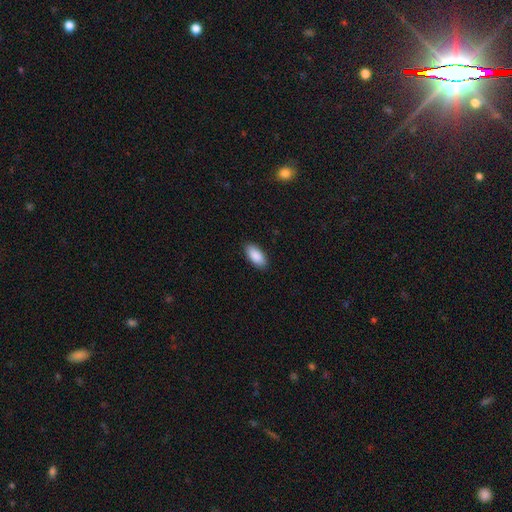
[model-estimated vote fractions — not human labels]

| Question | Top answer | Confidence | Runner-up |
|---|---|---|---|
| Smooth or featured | smooth | 90% | star or artifact (6%) |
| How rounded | in between | 92% | cigar-shaped (6%) |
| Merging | none | 89% | minor disturbance (8%) |